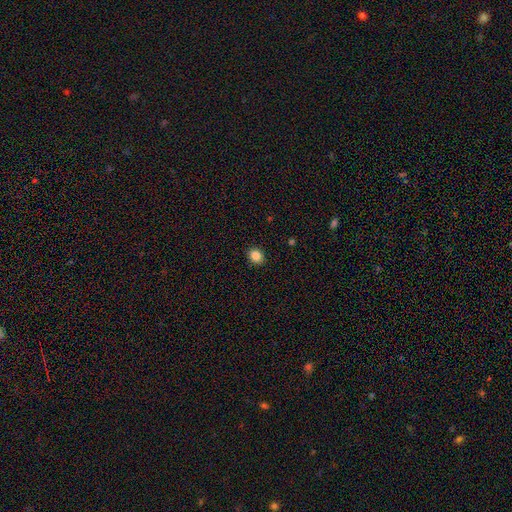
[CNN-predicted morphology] Smooth or featured: smooth — 86% (star or artifact — 10%)
How rounded: round — 64% (in between — 36%)
Merging: none — 91% (minor disturbance — 6%)